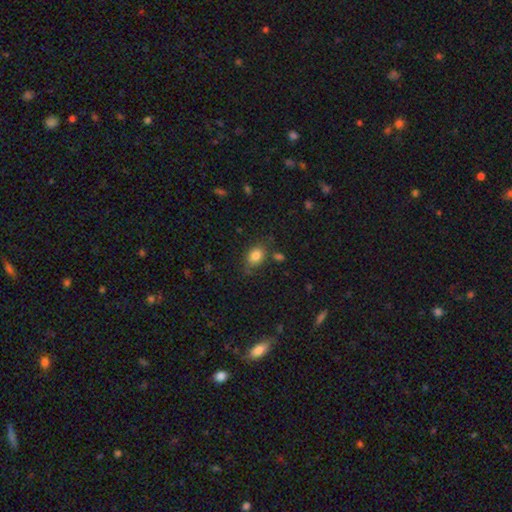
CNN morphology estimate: A smooth galaxy with no disk features (83%) that is in between round and cigar-shaped (74%).

Vote fractions:
- Smooth or featured? smooth: 83% / star or artifact: 10% / featured or disk: 7%
- How rounded? in between: 74% / round: 25% / cigar-shaped: 1%
- Merging? none: 73% / minor disturbance: 17% / merger: 6% / major disturbance: 5%